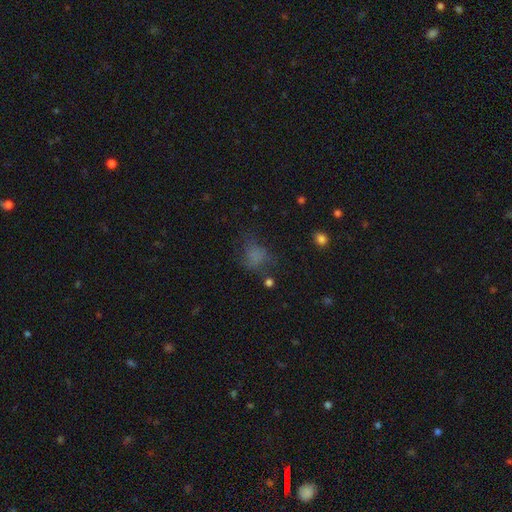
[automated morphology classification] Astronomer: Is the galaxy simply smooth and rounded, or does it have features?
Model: smooth — 62%.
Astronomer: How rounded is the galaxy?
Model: in between — 52% (runner-up: round, 46%).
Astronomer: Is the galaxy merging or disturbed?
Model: none — 45% (runner-up: major disturbance, 28%).